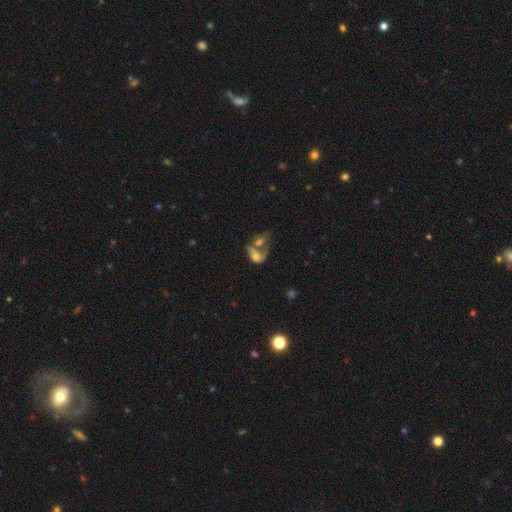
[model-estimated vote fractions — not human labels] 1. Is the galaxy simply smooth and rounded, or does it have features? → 47% smooth, 41% featured or disk, 13% star or artifact.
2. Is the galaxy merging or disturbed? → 66% merger, 15% major disturbance, 13% none, 7% minor disturbance.